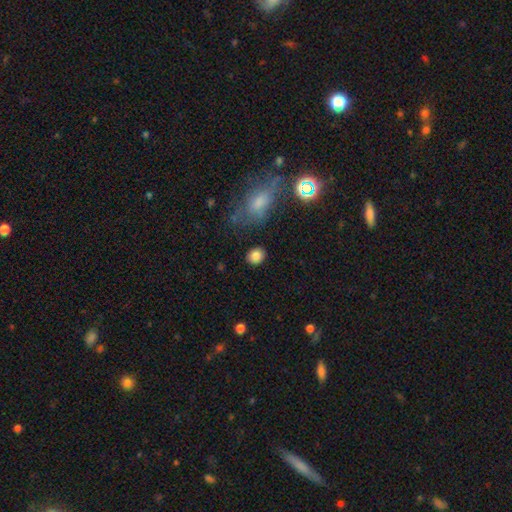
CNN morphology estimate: smooth 84%, star or artifact 10%, featured or disk 6%. Down the decision tree: how rounded — round (67%); merging — none (86%).